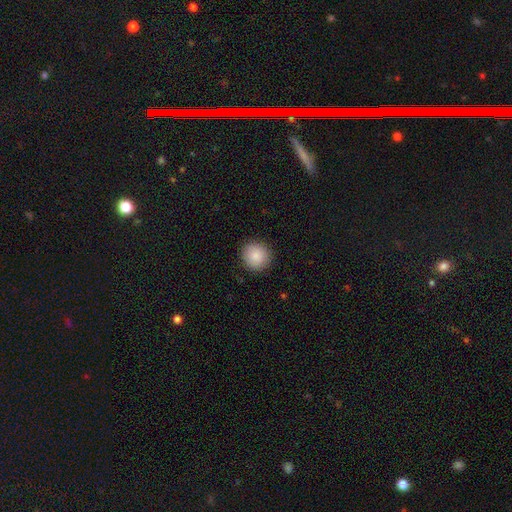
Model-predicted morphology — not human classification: Smooth or featured?
  - smooth: 88% *
  - star or artifact: 8%
  - featured or disk: 4%
How rounded?
  - round: 93% *
  - in between: 6%
  - cigar-shaped: 1%
Merging?
  - none: 91% *
  - minor disturbance: 6%
  - major disturbance: 2%
  - merger: 1%